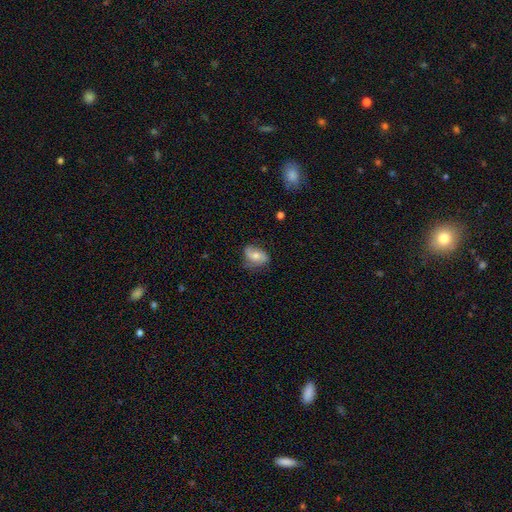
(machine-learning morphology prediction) This is possibly a smooth galaxy (50%). Merging: likely none (63%).